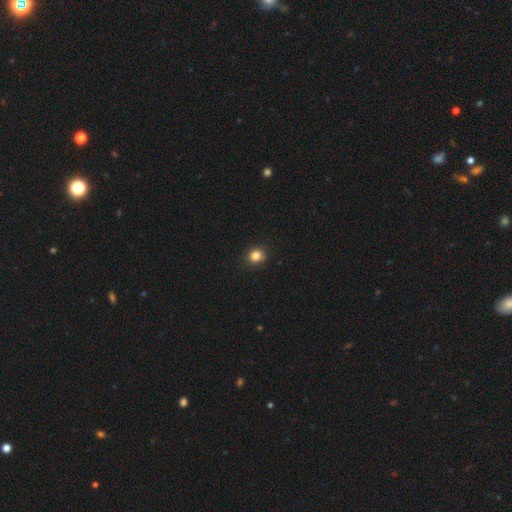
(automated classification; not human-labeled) Overall: smooth (84%). How rounded: round (74%). Merging: none (88%).